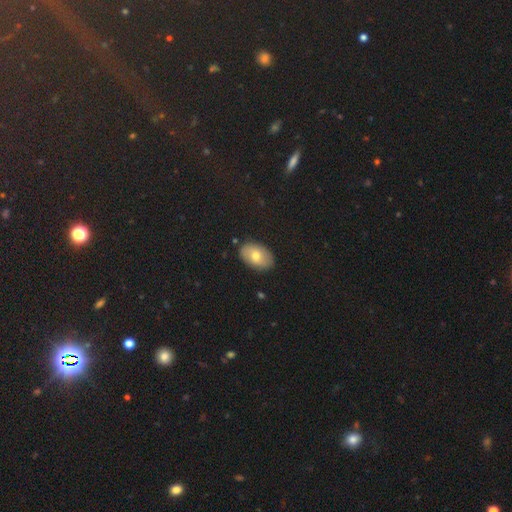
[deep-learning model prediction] Smooth or featured: smooth — 70% (featured or disk — 21%)
How rounded: in between — 89% (round — 10%)
Merging: none — 87% (minor disturbance — 9%)